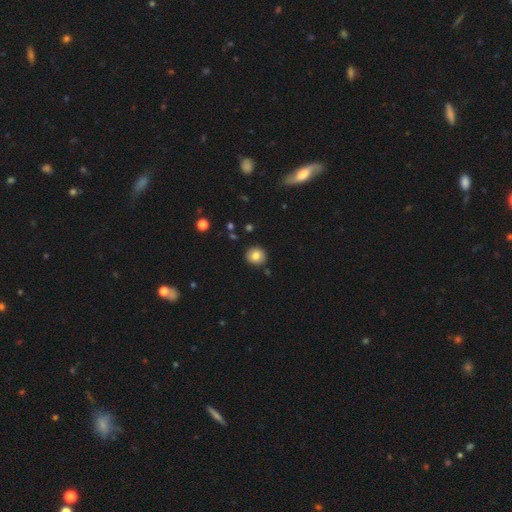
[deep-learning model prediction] Overall: smooth (80%). How rounded: round (89%). Merging: none (89%).